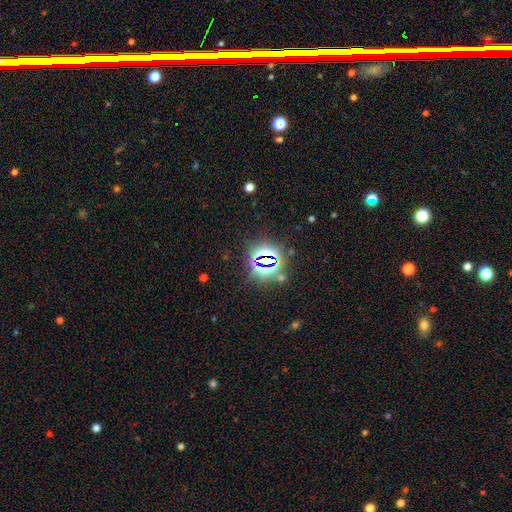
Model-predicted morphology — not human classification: This appears to be a star or artifact, not a galaxy (80%).